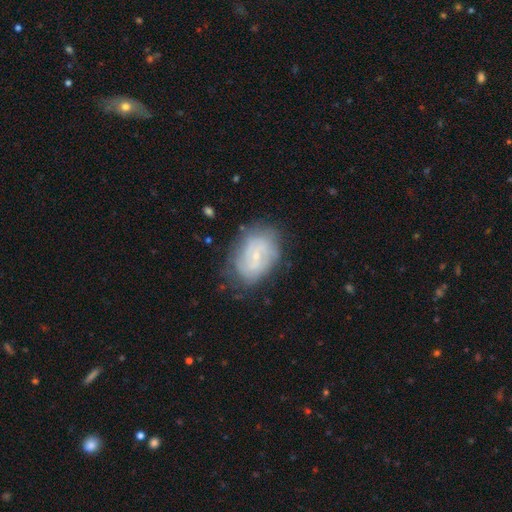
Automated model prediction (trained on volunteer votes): smooth_or_featured: featured or disk (p=0.67) [alt: smooth p=0.26]
disk_edge_on: no (p=0.96) [alt: yes p=0.04]
bar: no (p=0.48) [alt: weak p=0.43]
has_spiral_arms: yes (p=0.79) [alt: no p=0.21]
spiral_winding: tight (p=0.50) [alt: medium p=0.35]
spiral_arm_count: can't tell (p=0.44) [alt: 2 p=0.37]
bulge_size: small (p=0.78) [alt: moderate p=0.16]
merging: none (p=0.73) [alt: minor disturbance p=0.19]